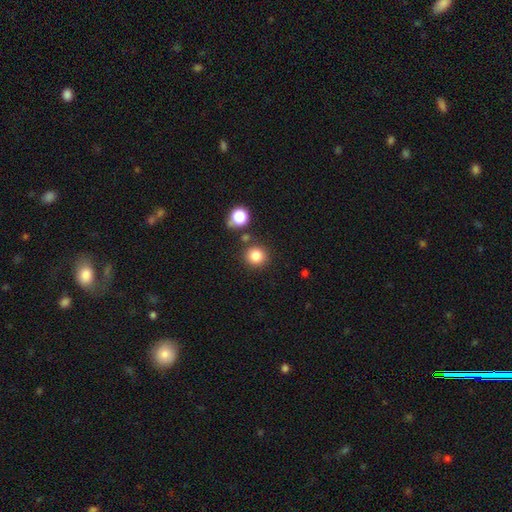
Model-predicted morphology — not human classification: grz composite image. It shows a smooth galaxy with no disk features (82%) that is round (92%). Merging: none (83%).